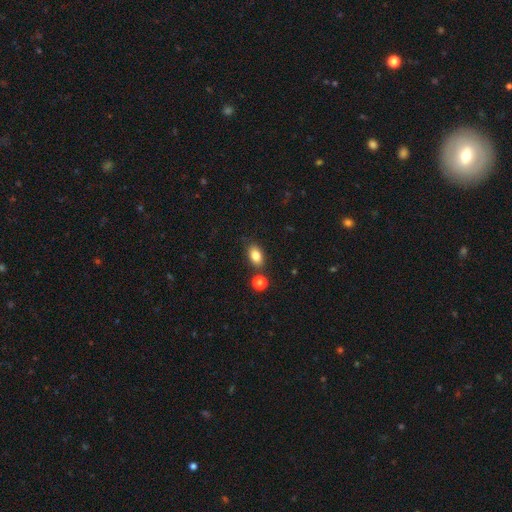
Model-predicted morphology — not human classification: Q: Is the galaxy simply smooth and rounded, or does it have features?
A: smooth — 83%.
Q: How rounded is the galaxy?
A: in between — 85%.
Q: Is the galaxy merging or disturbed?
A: none — 77%.